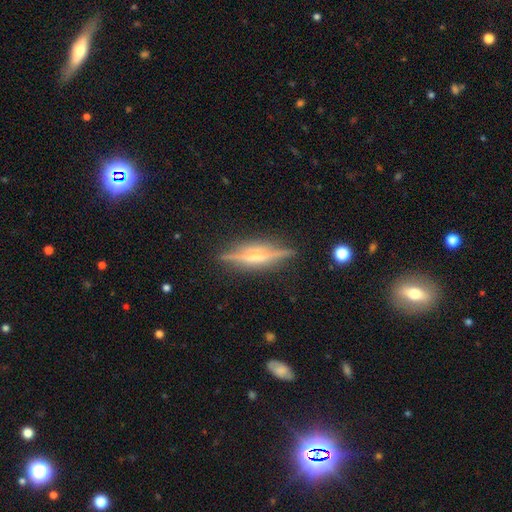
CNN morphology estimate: Smooth or featured? featured or disk (78%)
Edge-on disk? yes (95%)
Edge-on bulge? rounded (65%)
Merging? none (85%)